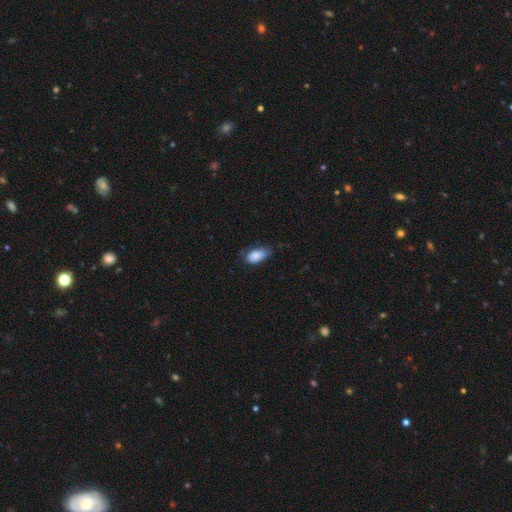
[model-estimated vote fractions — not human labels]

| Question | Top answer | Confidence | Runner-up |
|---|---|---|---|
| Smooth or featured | smooth | 85% | featured or disk (8%) |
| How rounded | in between | 93% | round (4%) |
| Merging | none | 56% | minor disturbance (33%) |